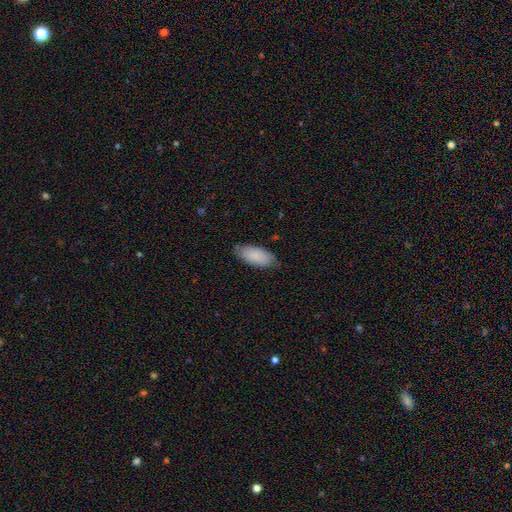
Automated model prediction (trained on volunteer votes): Smooth or featured: smooth — 88% (featured or disk — 7%)
How rounded: in between — 90% (cigar-shaped — 9%)
Merging: none — 79% (minor disturbance — 17%)